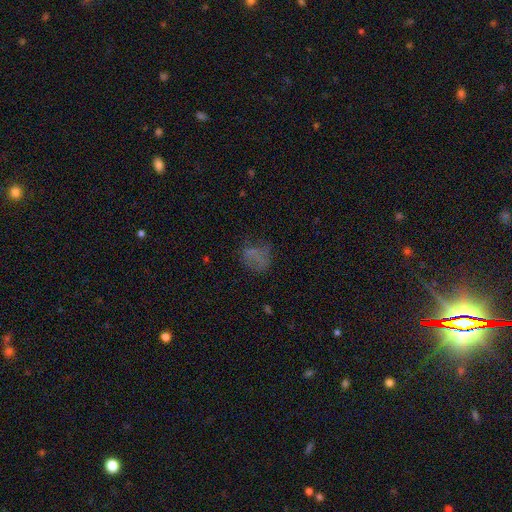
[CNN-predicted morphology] smooth-or-featured: smooth: 49% | star or artifact: 26% | featured or disk: 25%
  merging: none: 55% | minor disturbance: 21% | major disturbance: 20% | merger: 4%